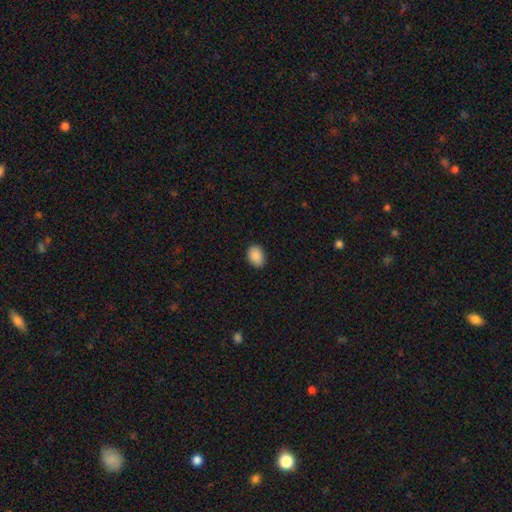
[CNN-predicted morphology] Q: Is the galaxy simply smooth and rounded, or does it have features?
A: smooth — 90%.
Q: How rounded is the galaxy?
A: in between — 81%.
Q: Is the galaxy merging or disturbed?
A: none — 89%.